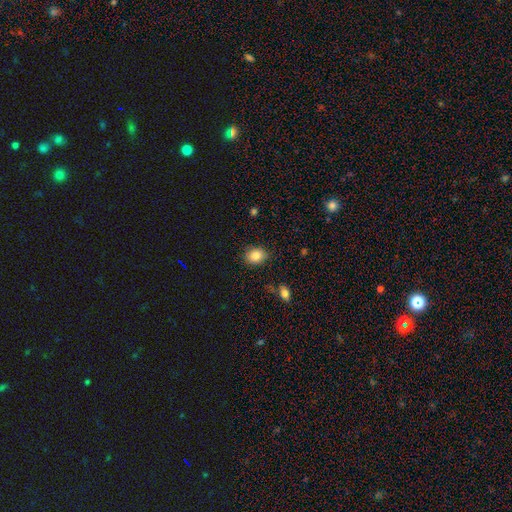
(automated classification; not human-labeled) smooth 85%, star or artifact 10%, featured or disk 6%. Down the decision tree: how rounded — in between (50%); merging — none (84%).